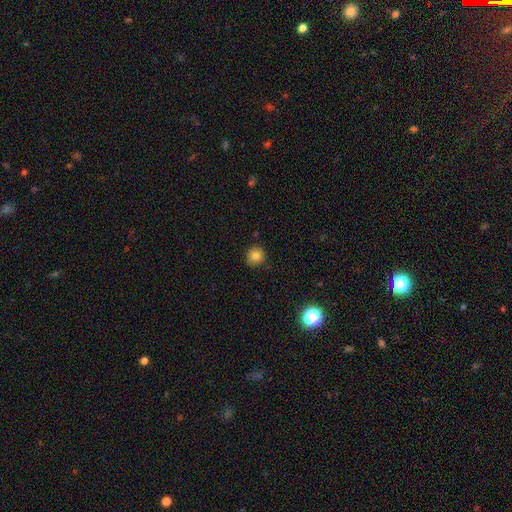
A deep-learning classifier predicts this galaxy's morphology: The model was most divided on "smooth or featured": smooth: 81%, star or artifact: 12%, featured or disk: 8%. More confident: how rounded — round (91%); merging — none (87%).